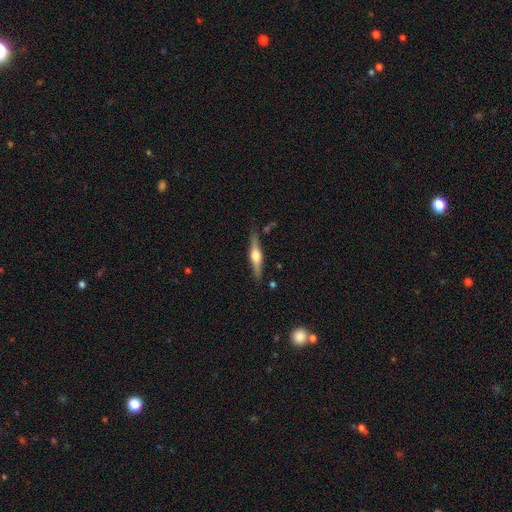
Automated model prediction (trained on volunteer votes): Q: Smooth or featured?
A: featured or disk (70%); runner-up: smooth (24%)
Q: Edge-on disk?
A: yes (97%); runner-up: no (3%)
Q: Edge-on bulge?
A: rounded (93%); runner-up: boxy (5%)
Q: Merging?
A: none (83%); runner-up: minor disturbance (11%)